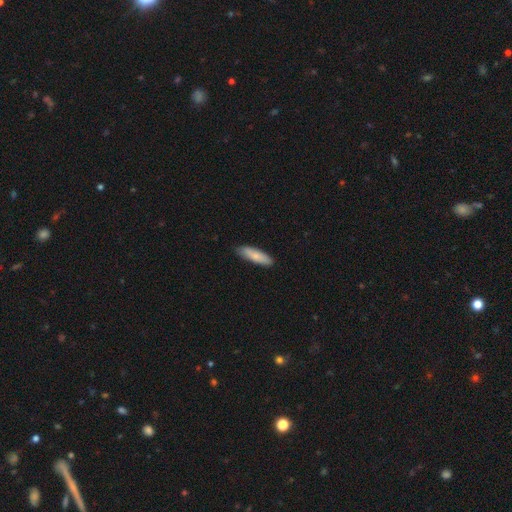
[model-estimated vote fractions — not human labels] Smooth or featured: smooth — 80% (featured or disk — 15%)
How rounded: cigar-shaped — 61% (in between — 38%)
Merging: none — 87% (minor disturbance — 11%)